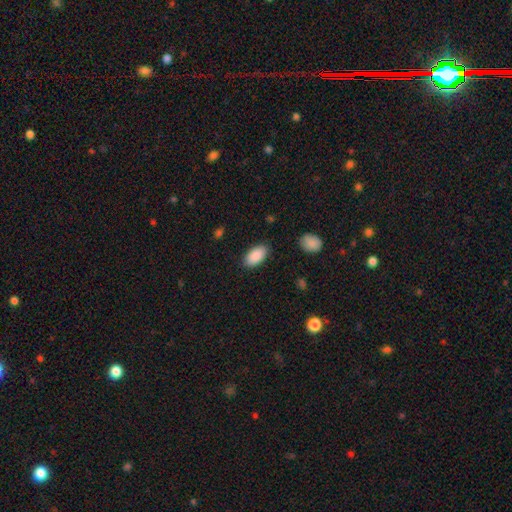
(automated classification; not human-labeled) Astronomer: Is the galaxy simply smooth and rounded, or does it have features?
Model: smooth — 90%.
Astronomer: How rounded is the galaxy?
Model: in between — 94%.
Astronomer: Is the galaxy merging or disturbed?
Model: none — 86%.